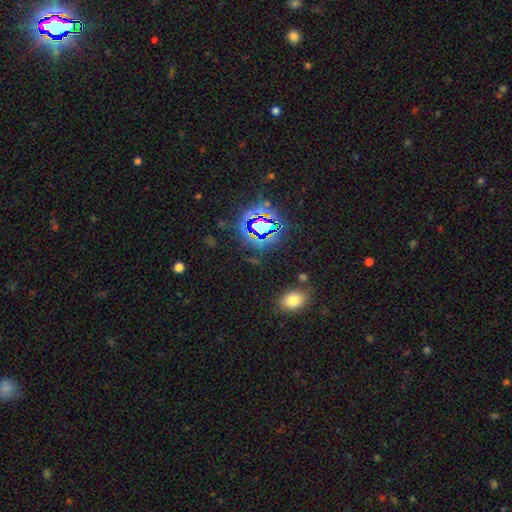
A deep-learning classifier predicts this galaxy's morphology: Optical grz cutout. It shows a star or artifact, not a galaxy (62%).